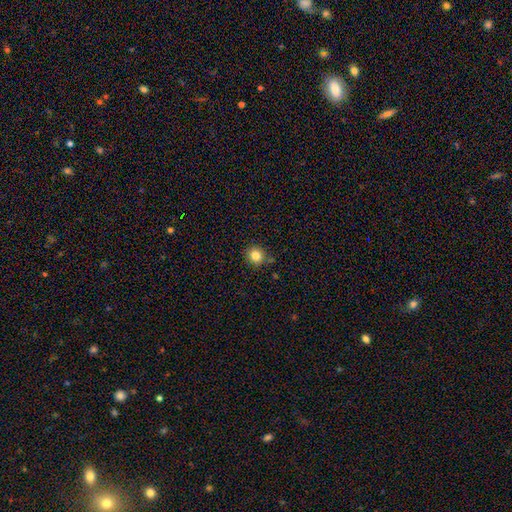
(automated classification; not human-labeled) Overall: smooth (83%). How rounded: round (91%). Merging: none (84%).